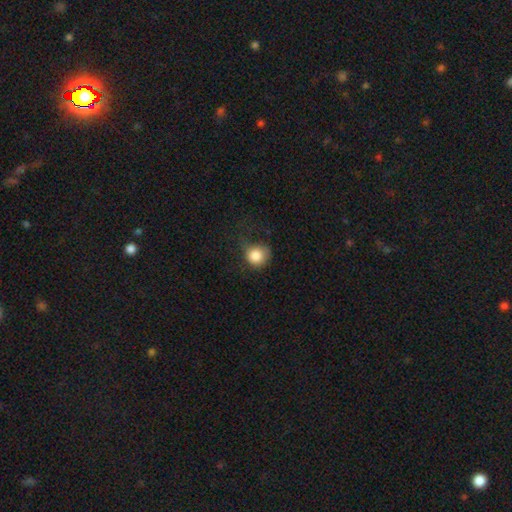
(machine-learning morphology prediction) smooth_or_featured: smooth (p=0.84) [alt: star or artifact p=0.09]
how_rounded: round (p=0.84) [alt: in between p=0.15]
merging: none (p=0.45) [alt: minor disturbance p=0.32]